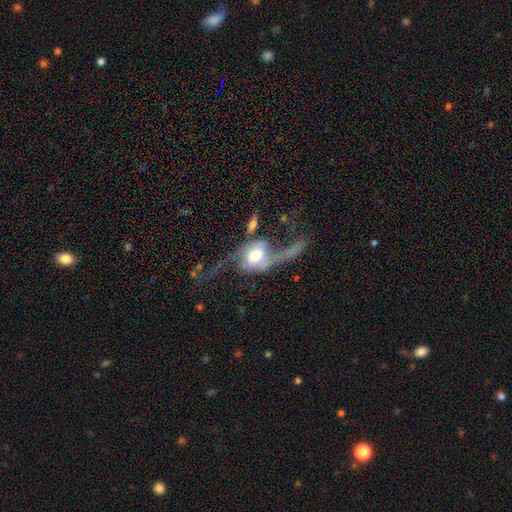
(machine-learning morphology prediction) smooth_or_featured: featured or disk (p=0.76) [alt: smooth p=0.18]
disk_edge_on: no (p=0.88) [alt: yes p=0.12]
bar: no (p=0.57) [alt: weak p=0.29]
has_spiral_arms: yes (p=0.85) [alt: no p=0.15]
spiral_winding: loose (p=0.88) [alt: medium p=0.09]
spiral_arm_count: 2 (p=0.89) [alt: 1 p=0.05]
bulge_size: moderate (p=0.54) [alt: large p=0.26]
merging: major disturbance (p=0.40) [alt: none p=0.33]